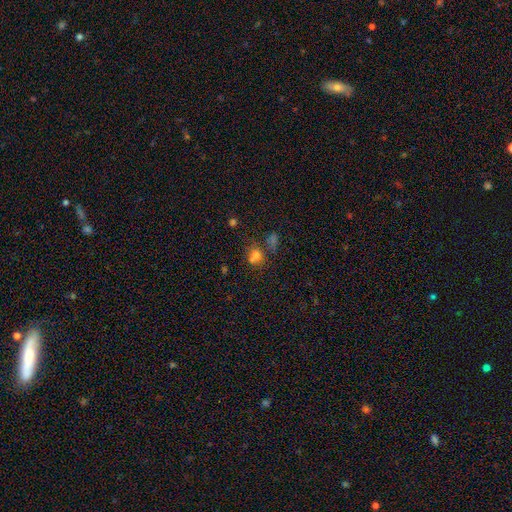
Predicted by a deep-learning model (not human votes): Morphology: type=smooth (64%); roundness=round (67%); merging=none (54%).